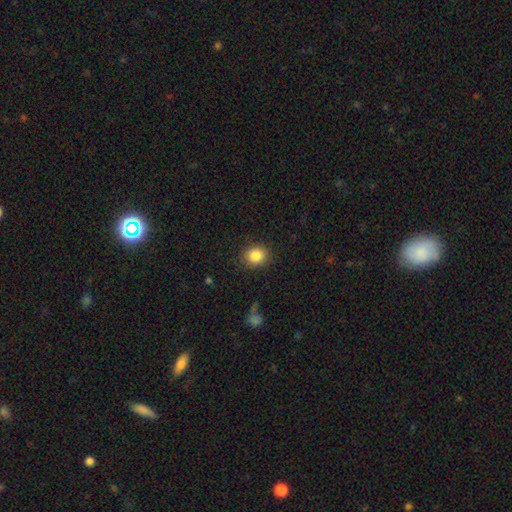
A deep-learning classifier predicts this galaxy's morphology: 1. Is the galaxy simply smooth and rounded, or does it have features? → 85% smooth, 10% star or artifact, 5% featured or disk.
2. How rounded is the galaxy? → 74% round, 25% in between, 1% cigar-shaped.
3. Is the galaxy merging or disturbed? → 87% none, 9% minor disturbance, 3% major disturbance, 1% merger.